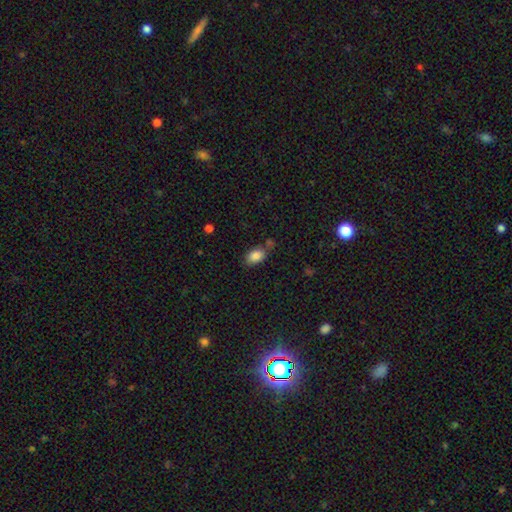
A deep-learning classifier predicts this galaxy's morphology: A smooth galaxy with no disk features (85%) that is in between round and cigar-shaped (88%). Merging: none (65%).